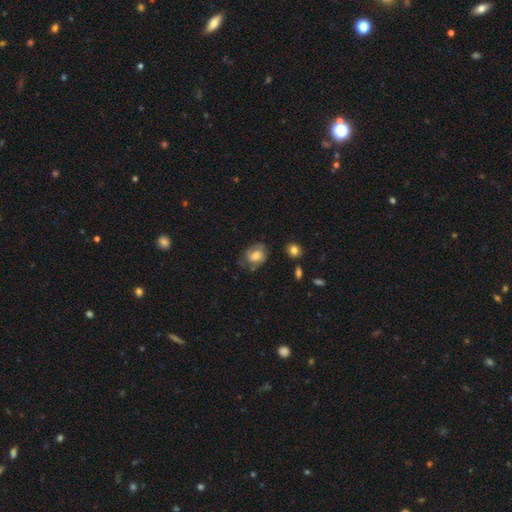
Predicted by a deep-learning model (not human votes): Morphology: type=smooth (59%); roundness=in between (58%); merging=none (59%).